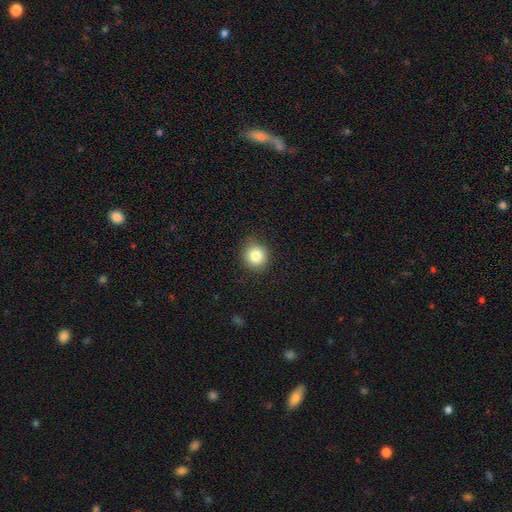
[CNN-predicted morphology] Smooth or featured? Predicted: smooth (p=0.84). How rounded? Predicted: round (p=0.90). Merging? Predicted: none (p=0.88).